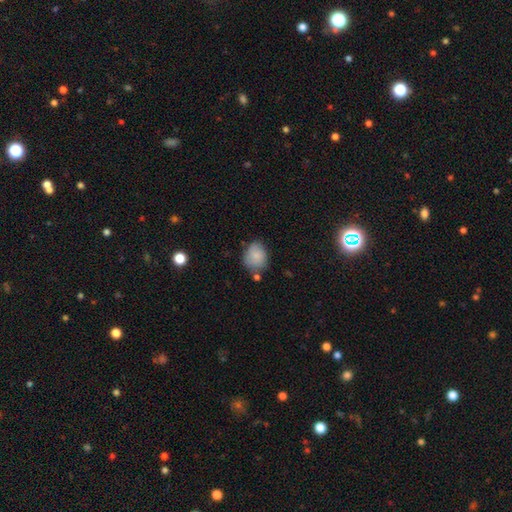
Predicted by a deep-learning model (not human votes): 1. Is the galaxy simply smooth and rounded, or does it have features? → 82% smooth, 10% featured or disk, 8% star or artifact.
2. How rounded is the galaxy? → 56% round, 43% in between, 1% cigar-shaped.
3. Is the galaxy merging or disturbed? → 58% none, 27% minor disturbance, 8% merger, 7% major disturbance.